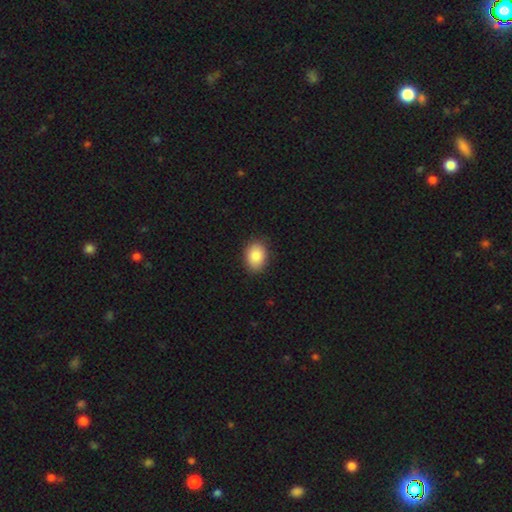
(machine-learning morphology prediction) Smooth or featured? Predicted: smooth (p=0.89). How rounded? Predicted: in between (p=0.75). Merging? Predicted: none (p=0.86).